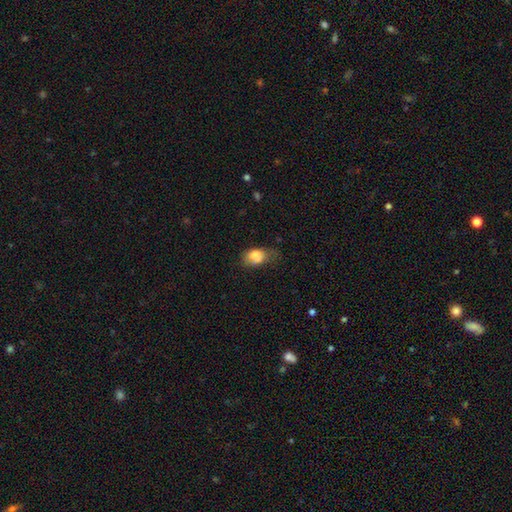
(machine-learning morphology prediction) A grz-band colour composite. It shows a smooth galaxy with no disk features (72%) that is in between round and cigar-shaped (79%). Merging: none (32%).